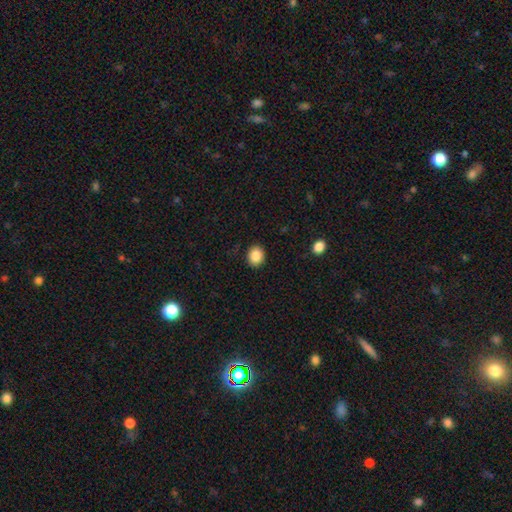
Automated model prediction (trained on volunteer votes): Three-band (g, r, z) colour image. It shows a smooth galaxy with no disk features (86%) that is round (65%). Merging: none (90%).